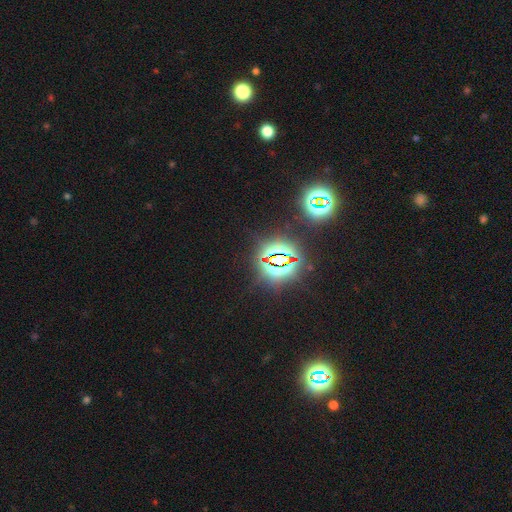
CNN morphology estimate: A star or artifact, not a galaxy (81%).

Vote fractions:
- Smooth or featured? star or artifact: 81% / smooth: 12% / featured or disk: 7%